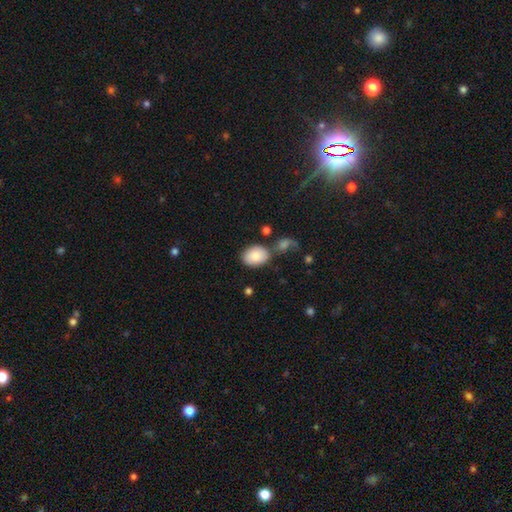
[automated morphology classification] smooth-or-featured: smooth: 85% | featured or disk: 8% | star or artifact: 7%
  how-rounded: in between: 79% | round: 20% | cigar-shaped: 1%
  merging: none: 64% | minor disturbance: 16% | merger: 14% | major disturbance: 6%